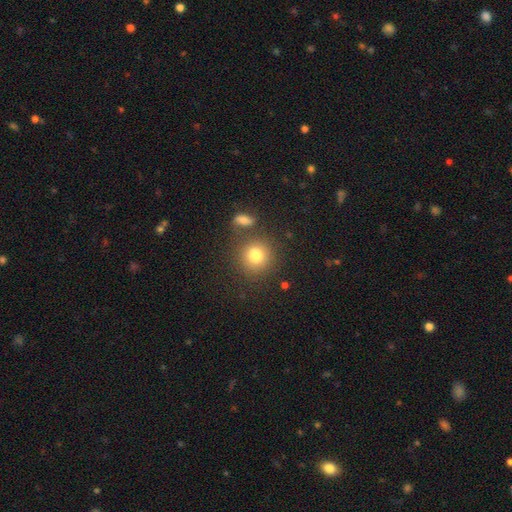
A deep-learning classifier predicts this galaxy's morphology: Smooth or featured: smooth — 80% (star or artifact — 11%)
How rounded: round — 84% (in between — 15%)
Merging: none — 72% (merger — 13%)